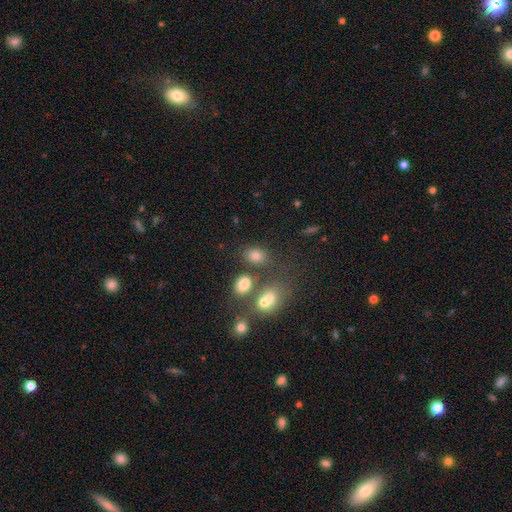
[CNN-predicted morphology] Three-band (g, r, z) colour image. It shows a smooth galaxy with no disk features (73%) that is in between round and cigar-shaped (67%). Merging: none (64%).